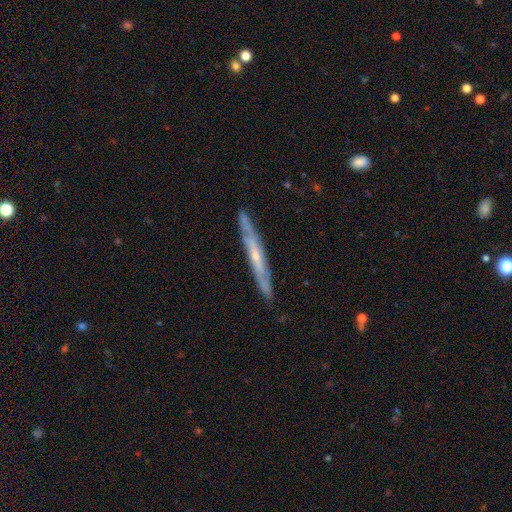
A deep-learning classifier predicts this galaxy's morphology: A featured or disk galaxy (70%) viewed edge-on (81%) with no central bulge (50%). Merging: none (85%).